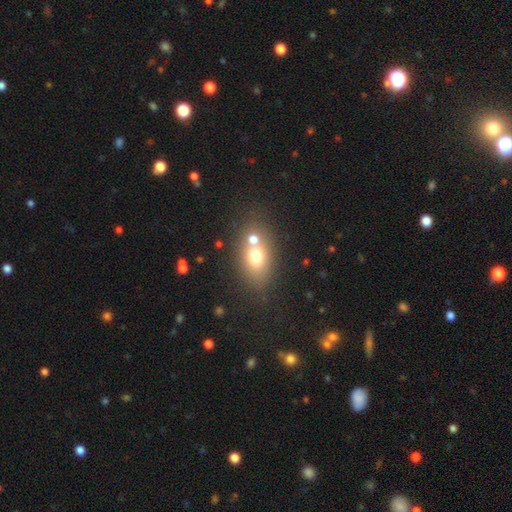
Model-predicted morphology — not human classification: Q: Smooth or featured?
A: smooth (67%); runner-up: featured or disk (20%)
Q: How rounded?
A: in between (69%); runner-up: round (29%)
Q: Merging?
A: none (45%); runner-up: merger (41%)